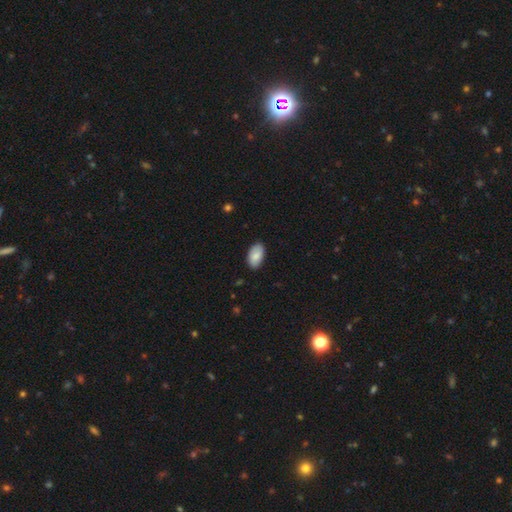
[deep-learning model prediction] smooth-or-featured: smooth: 85% | featured or disk: 8% | star or artifact: 6%
  how-rounded: in between: 95% | round: 4% | cigar-shaped: 1%
  merging: none: 87% | minor disturbance: 10% | major disturbance: 2% | merger: 1%